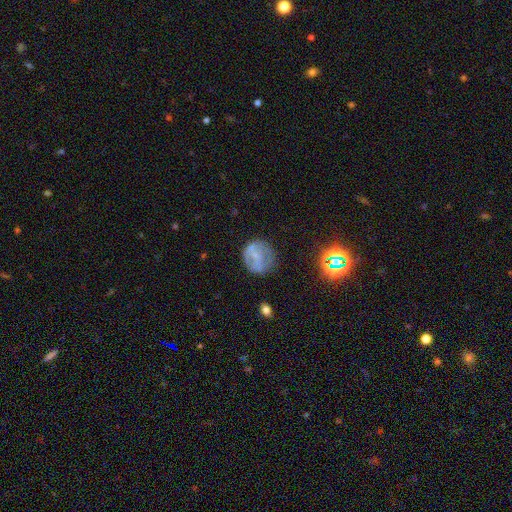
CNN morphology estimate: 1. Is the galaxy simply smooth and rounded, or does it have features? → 45% featured or disk, 41% smooth, 15% star or artifact.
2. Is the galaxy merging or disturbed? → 62% none, 22% minor disturbance, 13% major disturbance, 3% merger.